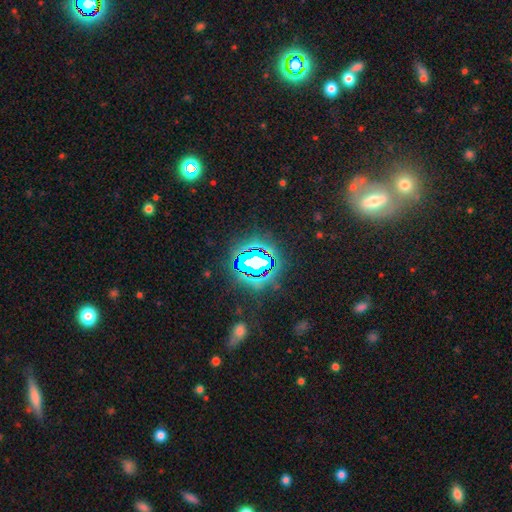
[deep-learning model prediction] Smooth or featured: star or artifact — 76% (smooth — 13%)